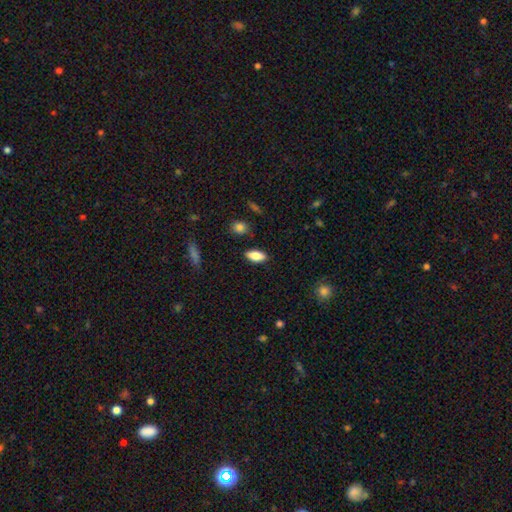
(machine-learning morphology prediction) Smooth or featured?
  - smooth: 80% *
  - featured or disk: 13%
  - star or artifact: 7%
How rounded?
  - in between: 86% *
  - cigar-shaped: 12%
  - round: 3%
Merging?
  - none: 87% *
  - minor disturbance: 9%
  - major disturbance: 2%
  - merger: 2%